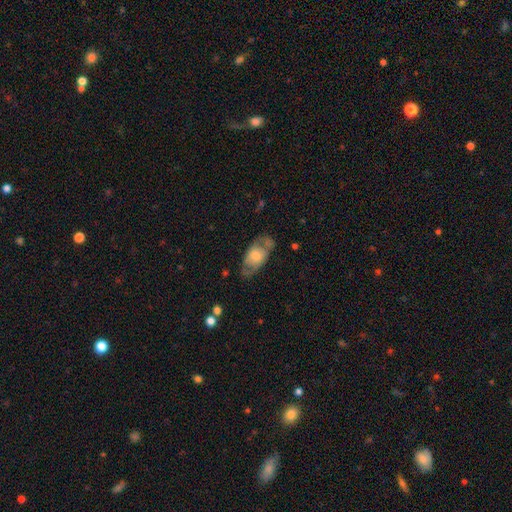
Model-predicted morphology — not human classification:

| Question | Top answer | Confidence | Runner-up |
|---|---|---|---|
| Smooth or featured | featured or disk | 48% | smooth (46%) |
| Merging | none | 57% | minor disturbance (25%) |